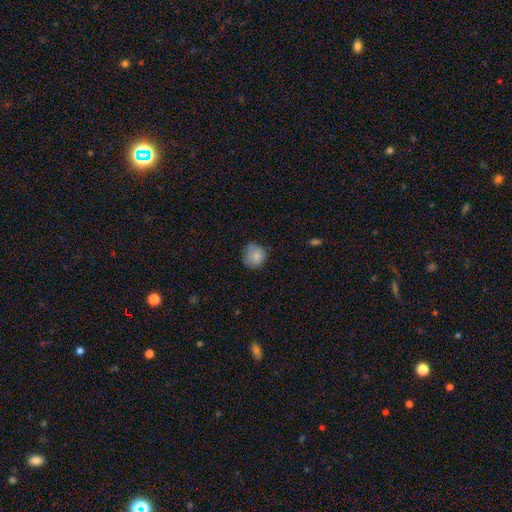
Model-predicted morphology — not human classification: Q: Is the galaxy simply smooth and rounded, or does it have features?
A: smooth — 83%.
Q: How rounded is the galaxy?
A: round — 86%.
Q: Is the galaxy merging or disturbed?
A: none — 69%.